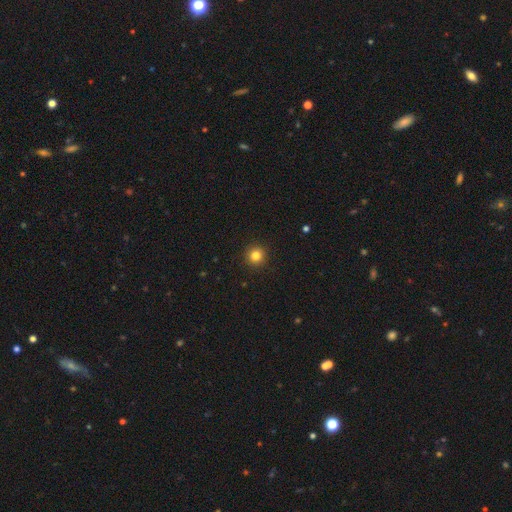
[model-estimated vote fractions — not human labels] A smooth galaxy with no disk features (83%) that is round (95%). Merging: none (93%).